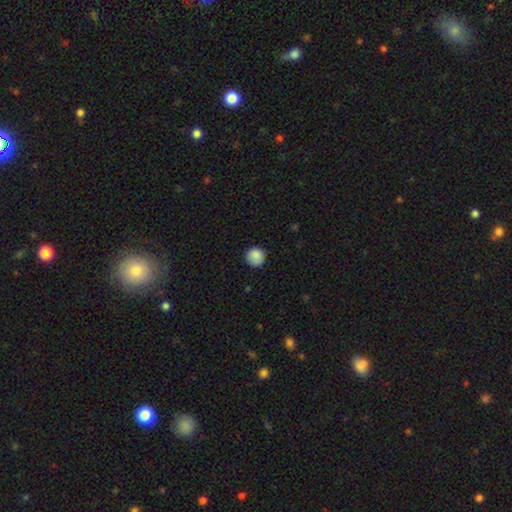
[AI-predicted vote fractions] smooth-or-featured: smooth: 86% | star or artifact: 9% | featured or disk: 6%
  how-rounded: round: 90% | in between: 9% | cigar-shaped: 1%
  merging: none: 75% | minor disturbance: 20% | major disturbance: 4% | merger: 1%